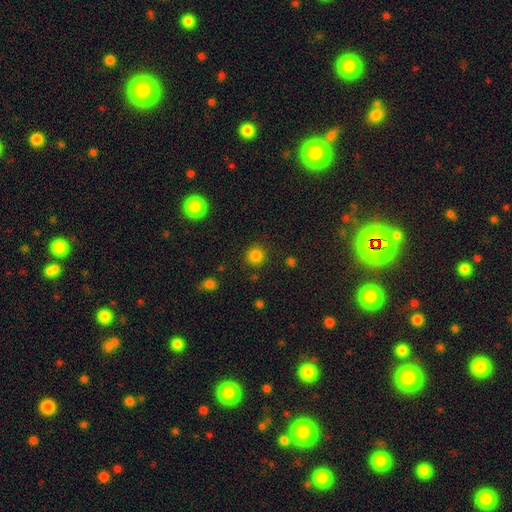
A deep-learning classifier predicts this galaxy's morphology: Smooth or featured? smooth (83%)
How rounded? round (93%)
Merging? none (88%)